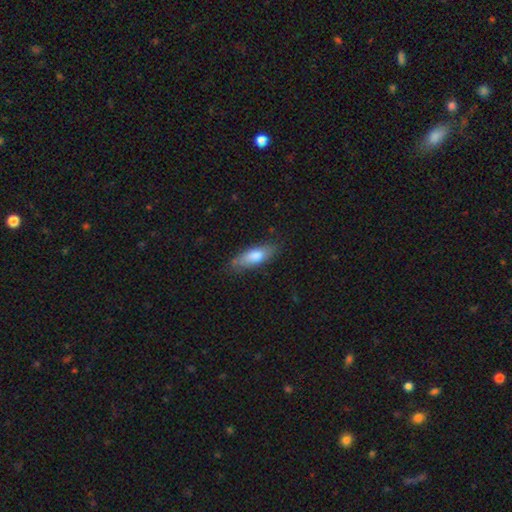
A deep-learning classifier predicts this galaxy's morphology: A smooth galaxy with no disk features (78%) that is in between round and cigar-shaped (65%).

Vote fractions:
- Smooth or featured? smooth: 78% / featured or disk: 16% / star or artifact: 6%
- How rounded? in between: 65% / cigar-shaped: 33% / round: 2%
- Merging? none: 75% / minor disturbance: 19% / major disturbance: 4% / merger: 2%